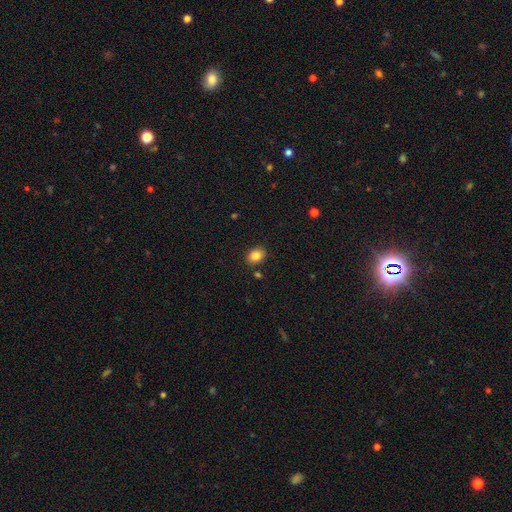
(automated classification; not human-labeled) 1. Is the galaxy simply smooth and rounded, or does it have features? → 85% smooth, 9% star or artifact, 6% featured or disk.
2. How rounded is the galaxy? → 65% in between, 34% round, 1% cigar-shaped.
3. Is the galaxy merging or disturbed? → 86% none, 9% minor disturbance, 3% merger, 2% major disturbance.